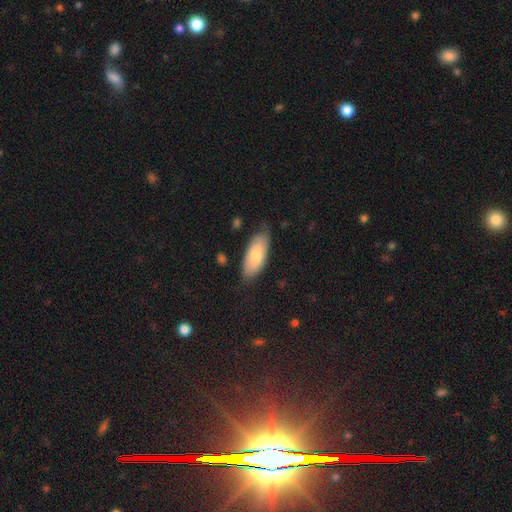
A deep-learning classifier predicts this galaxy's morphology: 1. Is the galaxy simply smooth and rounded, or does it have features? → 74% smooth, 20% featured or disk, 6% star or artifact.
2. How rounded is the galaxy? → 87% in between, 11% cigar-shaped, 2% round.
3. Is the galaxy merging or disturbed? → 74% none, 20% minor disturbance, 4% major disturbance, 2% merger.